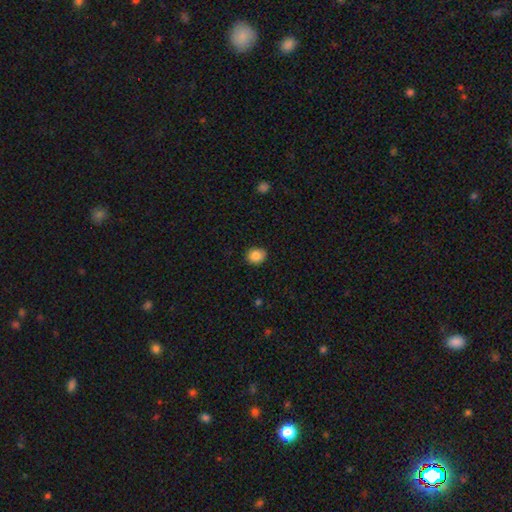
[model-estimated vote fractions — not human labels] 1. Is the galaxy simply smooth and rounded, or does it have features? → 85% smooth, 9% star or artifact, 6% featured or disk.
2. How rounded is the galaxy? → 71% round, 28% in between, 1% cigar-shaped.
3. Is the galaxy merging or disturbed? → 87% none, 10% minor disturbance, 2% major disturbance, 1% merger.